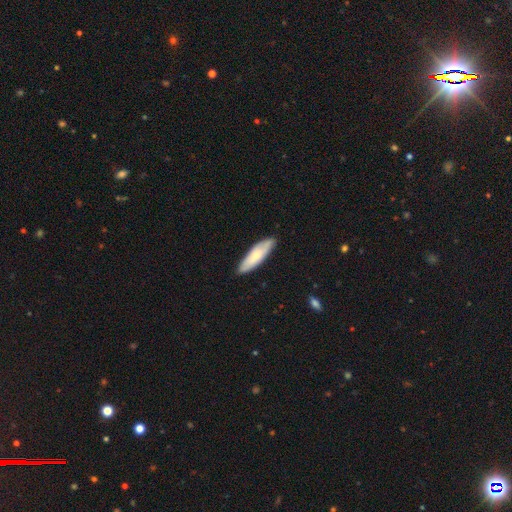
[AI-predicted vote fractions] smooth-or-featured: smooth: 69% | featured or disk: 26% | star or artifact: 5%
  how-rounded: cigar-shaped: 56% | in between: 42% | round: 2%
  merging: none: 86% | minor disturbance: 11% | major disturbance: 2% | merger: 1%